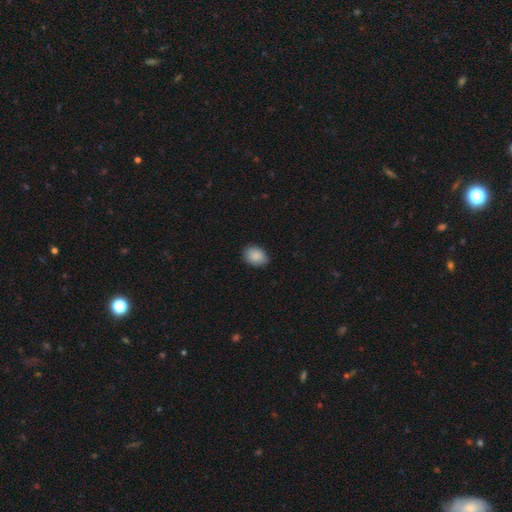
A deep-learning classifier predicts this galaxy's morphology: smooth_or_featured: smooth (p=0.89) [alt: star or artifact p=0.07]
how_rounded: in between (p=0.73) [alt: round p=0.26]
merging: none (p=0.86) [alt: minor disturbance p=0.11]